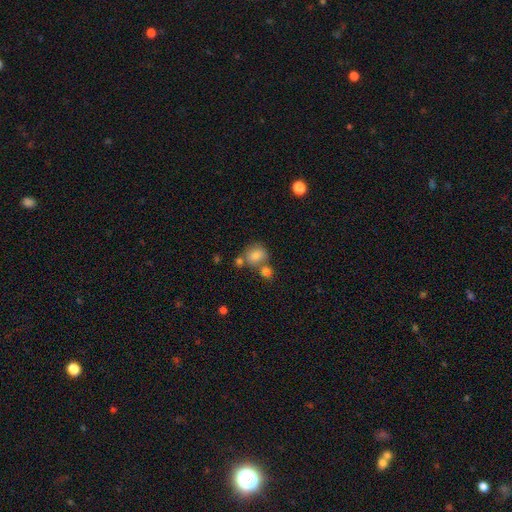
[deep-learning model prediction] Smooth or featured?
  - smooth: 78% *
  - star or artifact: 11%
  - featured or disk: 11%
How rounded?
  - round: 58% *
  - in between: 41%
  - cigar-shaped: 1%
Merging?
  - none: 51% *
  - merger: 31%
  - minor disturbance: 13%
  - major disturbance: 5%